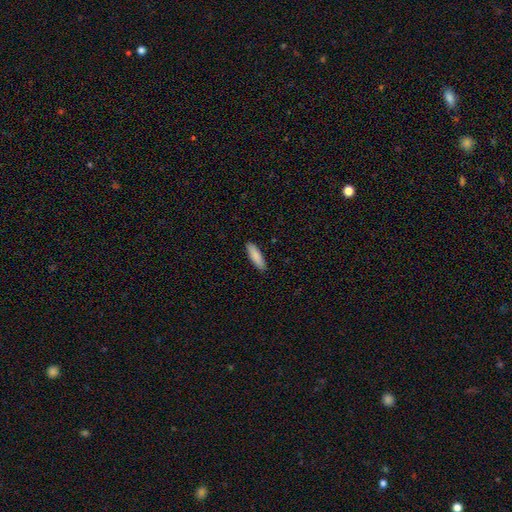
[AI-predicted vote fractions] Smooth or featured? Predicted: smooth (p=0.87). How rounded? Predicted: cigar-shaped (p=0.64). Merging? Predicted: none (p=0.90).